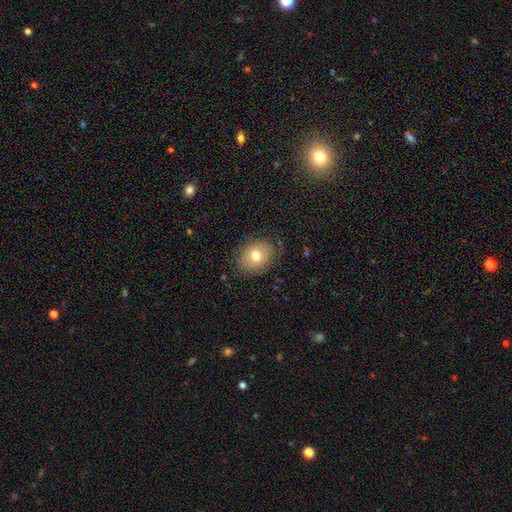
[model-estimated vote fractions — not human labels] This appears to be a smooth galaxy with no disk features (73%) that is in between round and cigar-shaped (60%). Merging: none (80%).